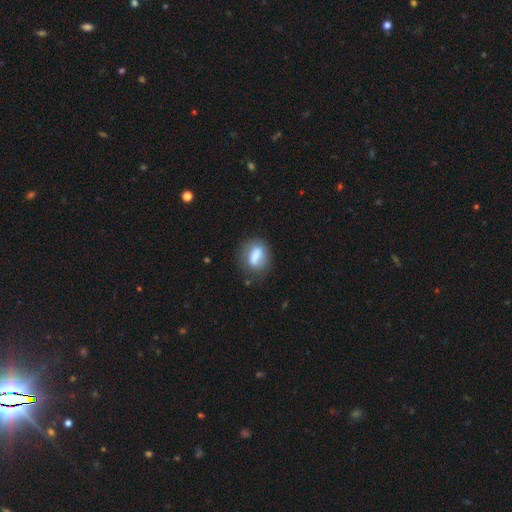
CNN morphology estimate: Overall: smooth (68%). How rounded: in between (63%; round 27%). Merging: none (64%).